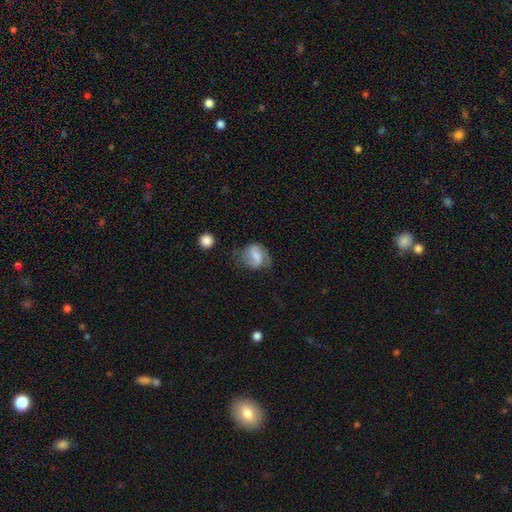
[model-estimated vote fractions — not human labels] Q: Smooth or featured?
A: featured or disk (50%); runner-up: smooth (42%)
Q: Edge-on disk?
A: no (97%); runner-up: yes (3%)
Q: Merging?
A: none (52%); runner-up: minor disturbance (28%)